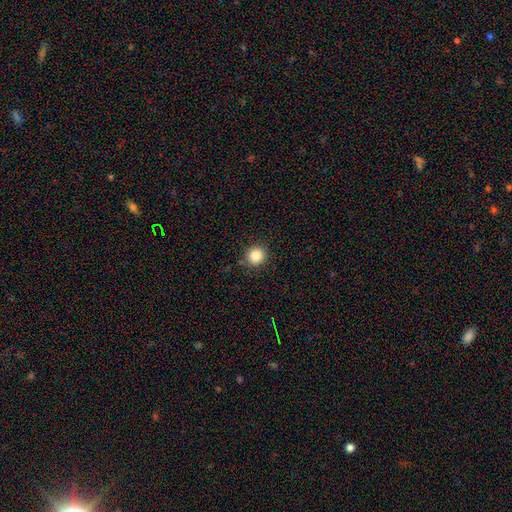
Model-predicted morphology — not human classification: This is clearly a smooth galaxy (85%). How rounded: clearly round (92%). Merging: clearly none (88%).